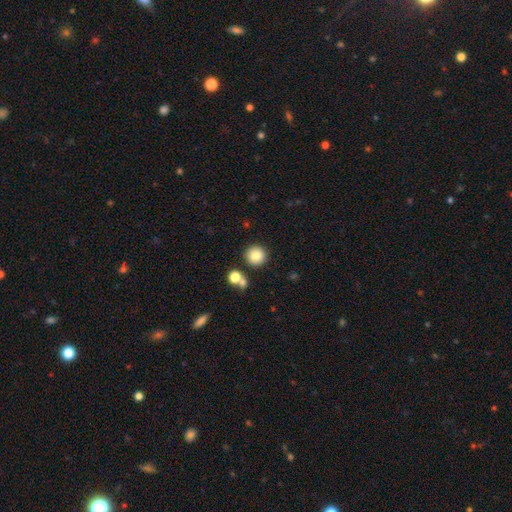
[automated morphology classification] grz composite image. It shows a smooth galaxy with no disk features (83%) that is round (94%). Merging: none (85%).